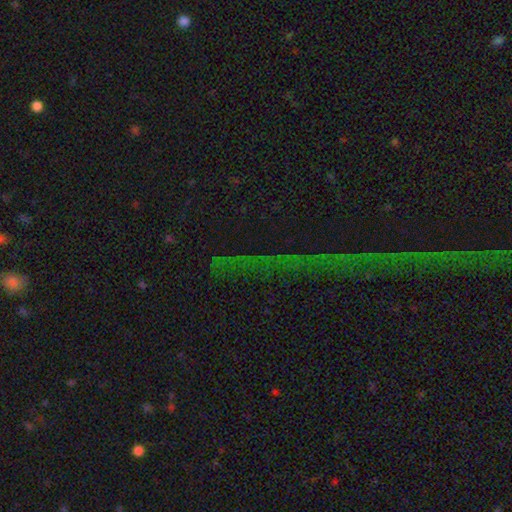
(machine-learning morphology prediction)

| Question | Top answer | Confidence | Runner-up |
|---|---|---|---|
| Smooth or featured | star or artifact | 74% | featured or disk (13%) |